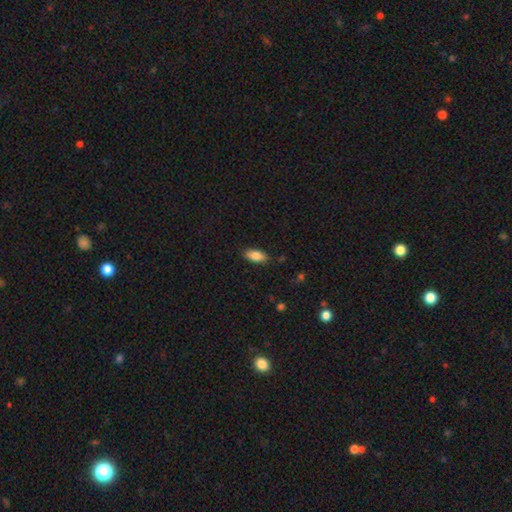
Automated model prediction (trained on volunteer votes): Overall: smooth (84%). How rounded: in between (88%). Merging: none (85%).